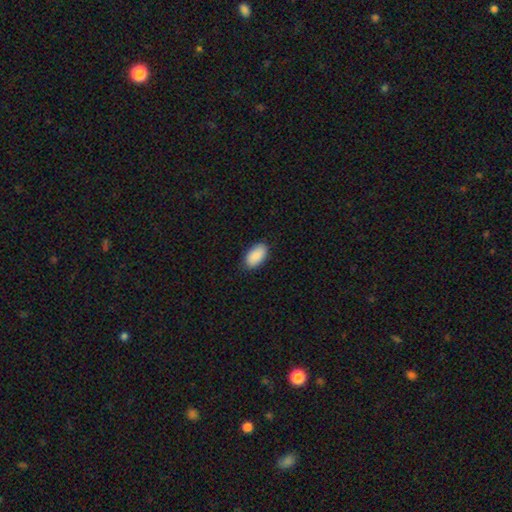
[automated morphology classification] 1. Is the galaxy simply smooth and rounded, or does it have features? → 91% smooth, 6% star or artifact, 3% featured or disk.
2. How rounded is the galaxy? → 95% in between, 3% round, 2% cigar-shaped.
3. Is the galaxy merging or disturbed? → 87% none, 10% minor disturbance, 2% major disturbance, 1% merger.